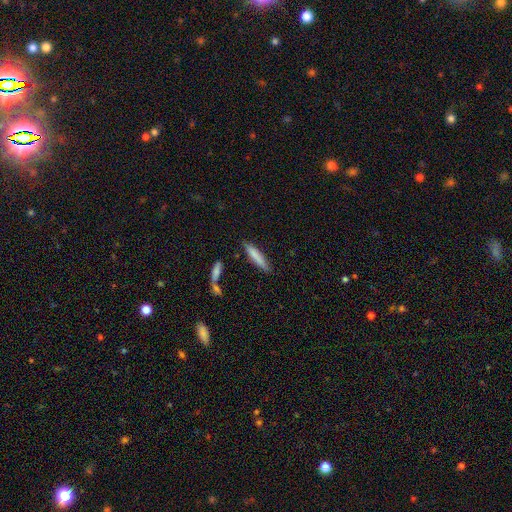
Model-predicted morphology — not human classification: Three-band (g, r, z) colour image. It shows a smooth galaxy with no disk features (78%) that is cigar-shaped (85%). Merging: none (78%).